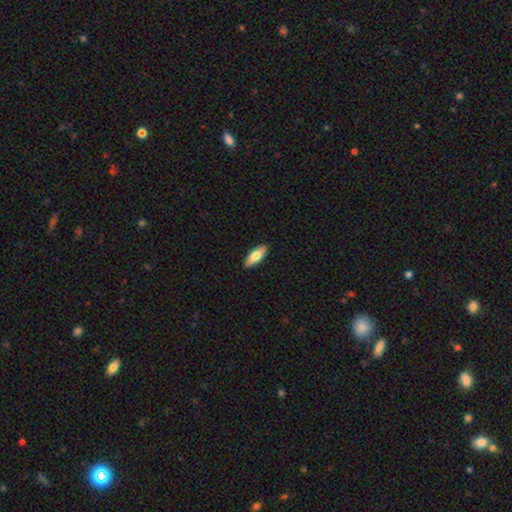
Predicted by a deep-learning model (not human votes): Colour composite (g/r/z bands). It shows a smooth galaxy with no disk features (76%) that is in between round and cigar-shaped (71%). Merging: none (90%).